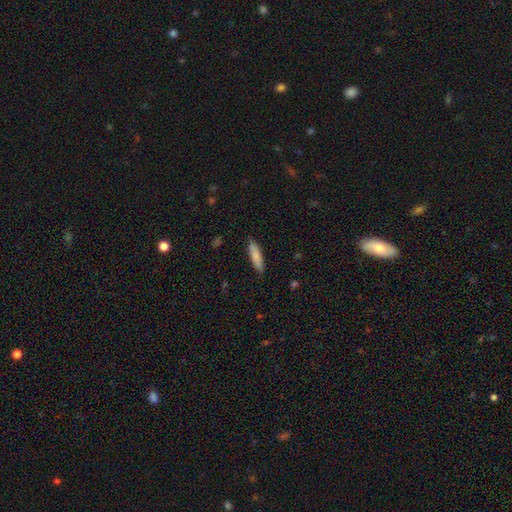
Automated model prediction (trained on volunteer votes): Q: Smooth or featured?
A: smooth (83%); runner-up: featured or disk (11%)
Q: How rounded?
A: cigar-shaped (72%); runner-up: in between (27%)
Q: Merging?
A: none (87%); runner-up: minor disturbance (10%)